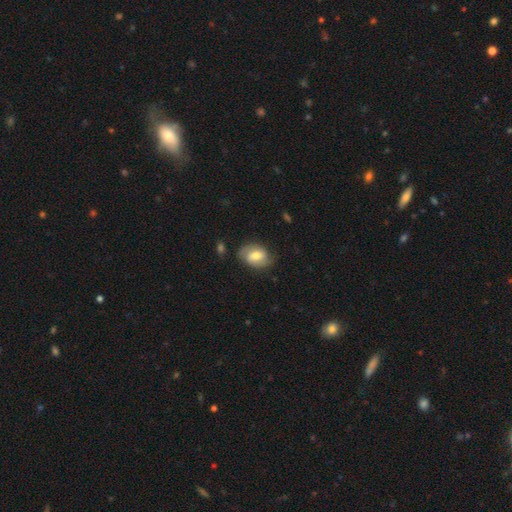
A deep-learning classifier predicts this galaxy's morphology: This appears to be a featured or disk galaxy (48%). Merging: none (72%).